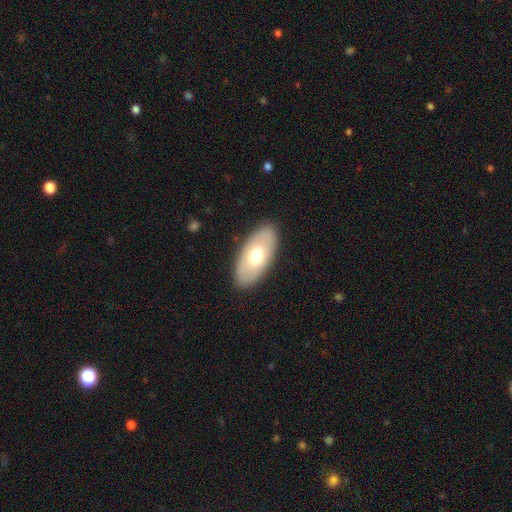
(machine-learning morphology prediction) smooth_or_featured: smooth (p=0.57) [alt: featured or disk p=0.38]
how_rounded: in between (p=0.92) [alt: cigar-shaped p=0.04]
merging: none (p=0.87) [alt: minor disturbance p=0.09]